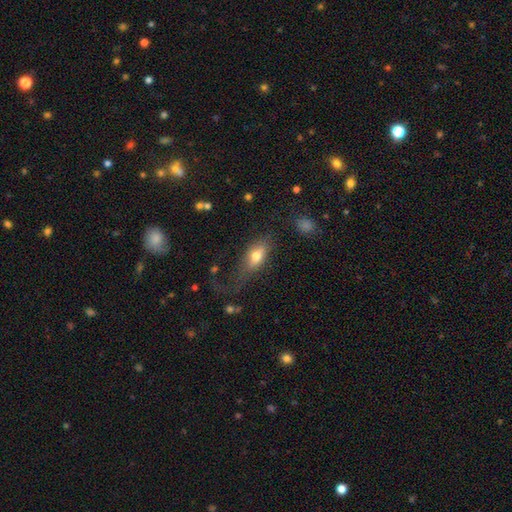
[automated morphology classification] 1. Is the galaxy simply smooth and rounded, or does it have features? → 73% smooth, 19% featured or disk, 8% star or artifact.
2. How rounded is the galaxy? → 82% in between, 11% cigar-shaped, 7% round.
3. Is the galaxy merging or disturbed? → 40% none, 35% major disturbance, 20% minor disturbance, 4% merger.